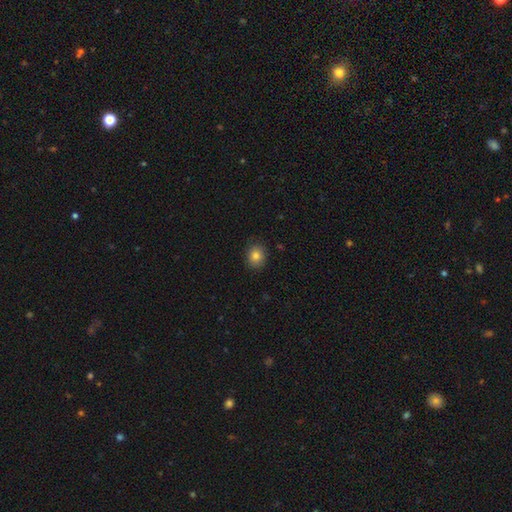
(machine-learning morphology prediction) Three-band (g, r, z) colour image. It shows a smooth galaxy with no disk features (83%) that is round (68%). Merging: none (86%).